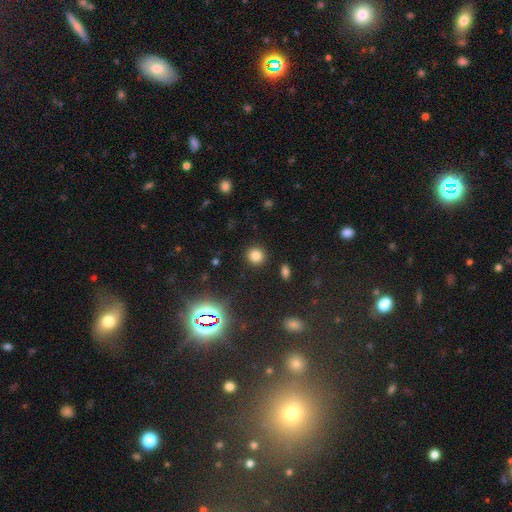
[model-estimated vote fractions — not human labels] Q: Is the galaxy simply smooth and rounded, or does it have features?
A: smooth — 79%.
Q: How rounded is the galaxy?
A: round — 90%.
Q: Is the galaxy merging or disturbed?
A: none — 90%.